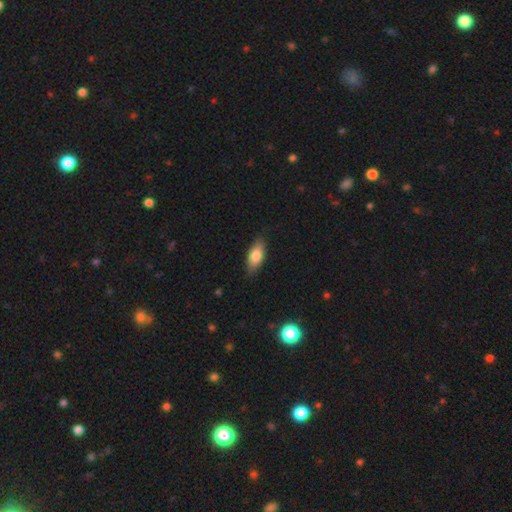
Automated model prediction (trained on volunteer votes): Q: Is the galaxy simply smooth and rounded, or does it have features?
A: smooth — 79%.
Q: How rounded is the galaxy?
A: in between — 85%.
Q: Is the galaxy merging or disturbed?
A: none — 84%.